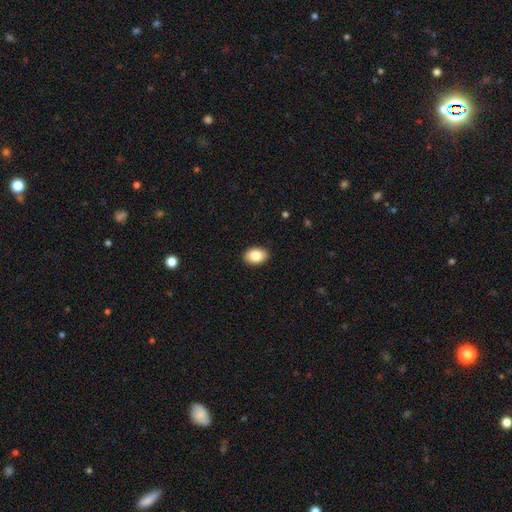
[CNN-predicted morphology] The model was most divided on "how rounded": in between: 84%, round: 15%, cigar-shaped: 1%. More confident: merging — none (90%); smooth or featured — smooth (86%).